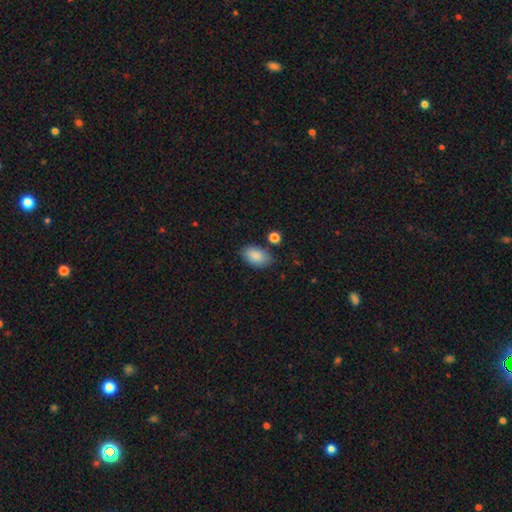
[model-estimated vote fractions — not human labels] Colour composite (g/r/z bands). It shows a smooth galaxy with no disk features (88%) that is in between round and cigar-shaped (92%). Merging: none (77%).